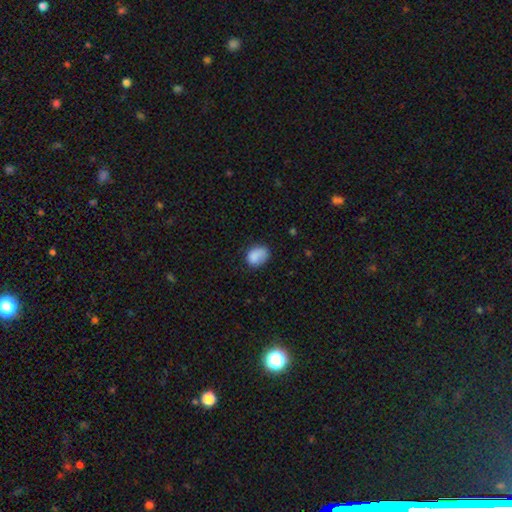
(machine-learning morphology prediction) Smooth or featured: smooth — 85% (star or artifact — 8%)
How rounded: in between — 64% (round — 35%)
Merging: none — 63% (minor disturbance — 27%)